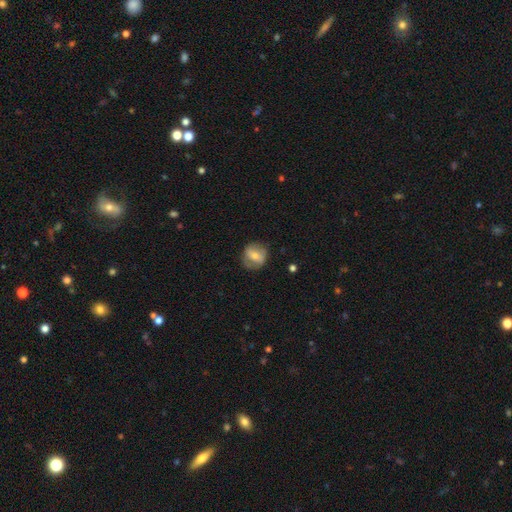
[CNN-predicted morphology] This appears to be a smooth galaxy with no disk features (56%) that is round (74%). Merging: none (77%).